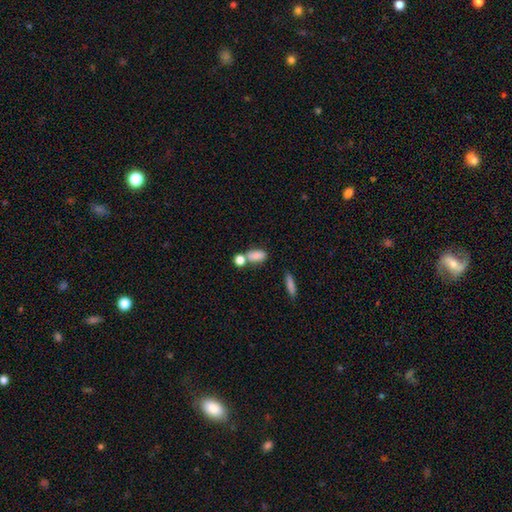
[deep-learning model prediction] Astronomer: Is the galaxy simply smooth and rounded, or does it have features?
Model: smooth — 82%.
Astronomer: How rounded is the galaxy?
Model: in between — 77%.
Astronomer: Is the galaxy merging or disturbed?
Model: none — 49% (runner-up: merger, 33%).